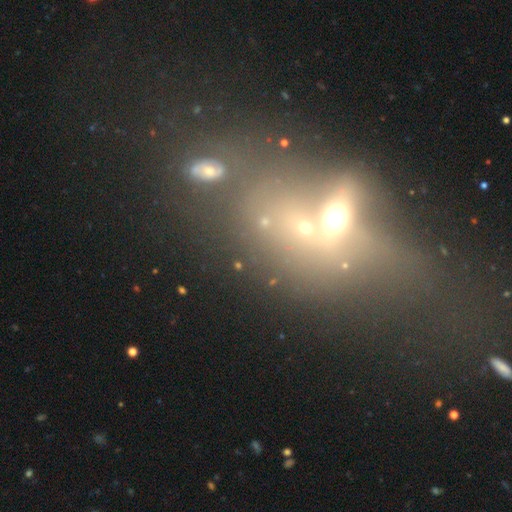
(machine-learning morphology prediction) smooth-or-featured: star or artifact: 37% | smooth: 35% | featured or disk: 28%